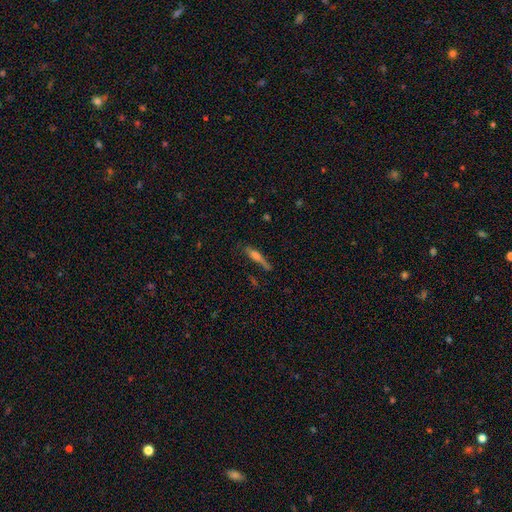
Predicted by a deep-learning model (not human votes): Overall: smooth (45%; featured or disk 42%). Merging: none (59%; minor disturbance 23%).